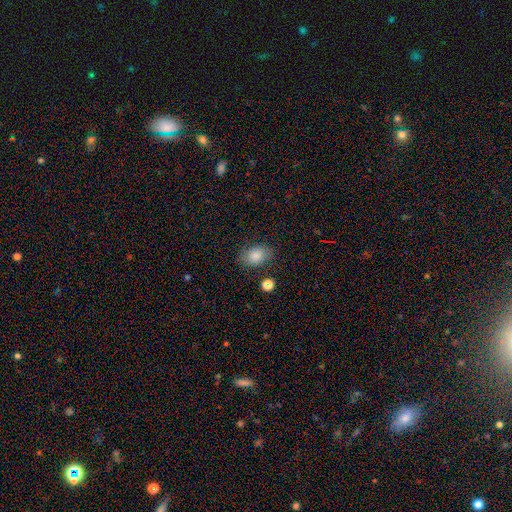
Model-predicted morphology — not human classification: Overall: smooth (84%). How rounded: in between (76%). Merging: none (80%).